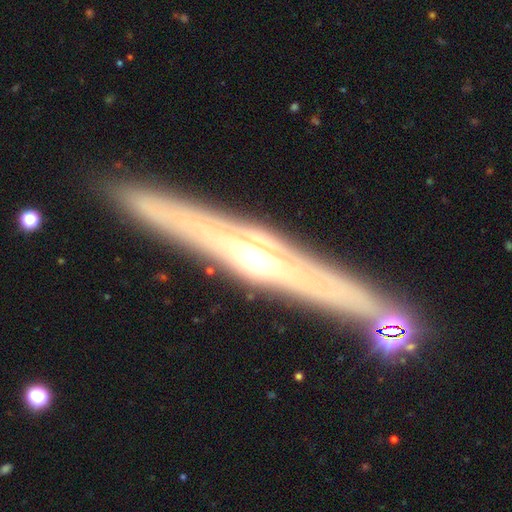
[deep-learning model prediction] This is likely a featured or disk galaxy (76%). It is clearly viewed edge-on (94%). Edge-on bulge: clearly rounded (83%). Merging: clearly none (84%).